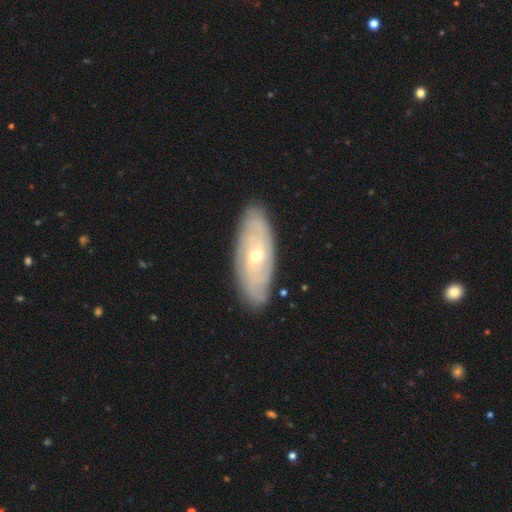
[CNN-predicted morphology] smooth-or-featured: featured or disk: 77% | smooth: 18% | star or artifact: 6%
  disk-edge-on: no: 88% | yes: 12%
    bar: no: 60% | weak: 33% | strong: 7%
    has-spiral-arms: yes: 89% | no: 11%
      spiral-winding: tight: 70% | medium: 23% | loose: 7%
      spiral-arm-count: can't tell: 52% | 2: 17% | 3: 12% | 4: 10% | more than 4: 6% | 1: 4%
    bulge-size: small: 54% | moderate: 43% | large: 1% | none: 1% | dominant: 1%
  merging: none: 85% | minor disturbance: 11% | major disturbance: 2% | merger: 1%